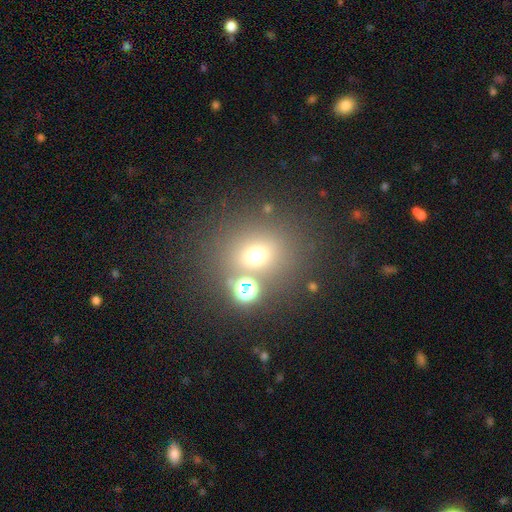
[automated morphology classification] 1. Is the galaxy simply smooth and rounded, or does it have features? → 64% smooth, 24% star or artifact, 12% featured or disk.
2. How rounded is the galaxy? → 72% round, 27% in between, 1% cigar-shaped.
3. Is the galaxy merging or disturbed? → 70% none, 14% merger, 11% minor disturbance, 6% major disturbance.